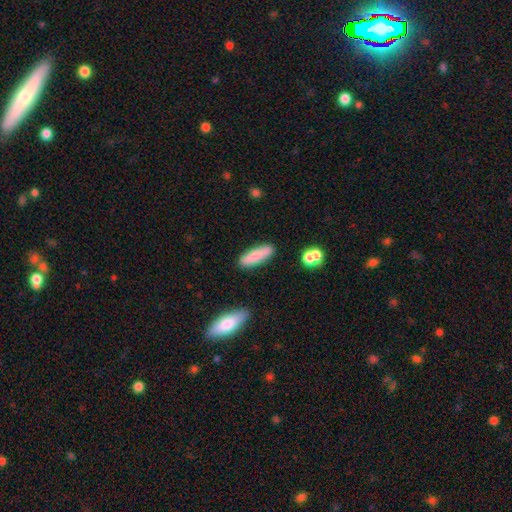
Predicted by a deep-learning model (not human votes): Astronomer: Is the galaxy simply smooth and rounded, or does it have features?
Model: smooth — 82%.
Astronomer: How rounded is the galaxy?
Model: cigar-shaped — 62%.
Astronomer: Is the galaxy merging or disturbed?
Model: none — 84%.